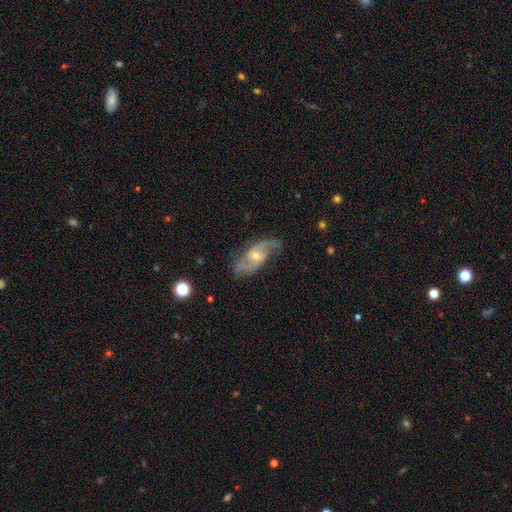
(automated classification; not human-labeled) A featured or disk galaxy (82%) with no bar (60%), 2 (83%) medium (45%) spiral arms (93%) and a small central bulge (49%).

Vote fractions:
- Smooth or featured? featured or disk: 82% / smooth: 12% / star or artifact: 6%
- Edge-on disk? no: 92% / yes: 8%
- Bar? no: 60% / weak: 32% / strong: 8%
- Spiral arms? yes: 93% / no: 7%
- Spiral winding? medium: 45% / loose: 35% / tight: 19%
- Spiral arm count? 2: 83% / can't tell: 8% / 1: 4% / 3: 2% / 4: 1% / more than 4: 1%
- Bulge size? small: 49% / moderate: 47% / large: 2% / none: 1% / dominant: 1%
- Merging? none: 71% / minor disturbance: 19% / major disturbance: 8% / merger: 2%